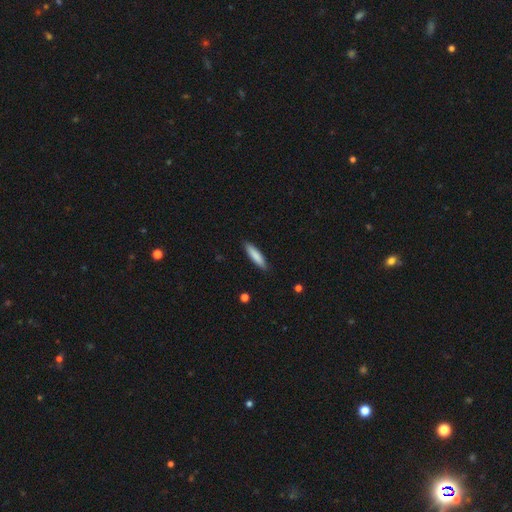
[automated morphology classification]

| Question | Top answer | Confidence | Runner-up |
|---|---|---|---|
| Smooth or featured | smooth | 84% | featured or disk (10%) |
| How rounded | cigar-shaped | 80% | in between (19%) |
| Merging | none | 89% | minor disturbance (8%) |